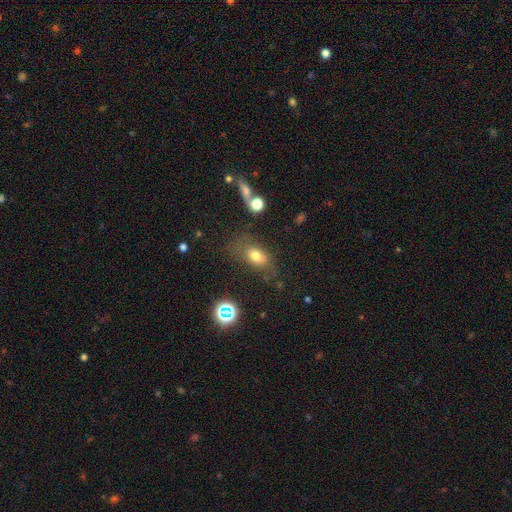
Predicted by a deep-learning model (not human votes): smooth 72%, star or artifact 14%, featured or disk 14%. Down the decision tree: how rounded — in between (78%); merging — none (58%).